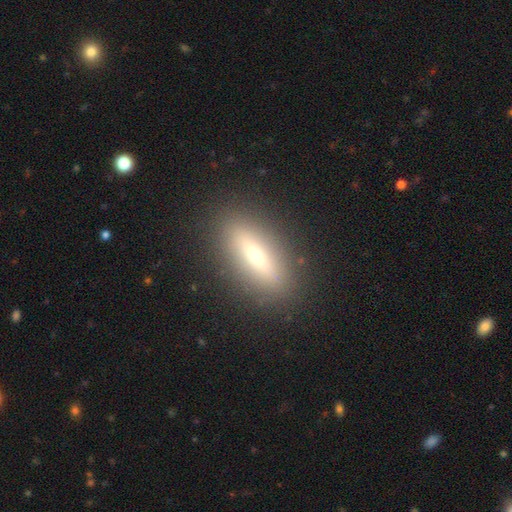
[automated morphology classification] Q: Smooth or featured?
A: smooth (54%); runner-up: featured or disk (36%)
Q: How rounded?
A: in between (51%); runner-up: cigar-shaped (46%)
Q: Merging?
A: none (87%); runner-up: minor disturbance (8%)